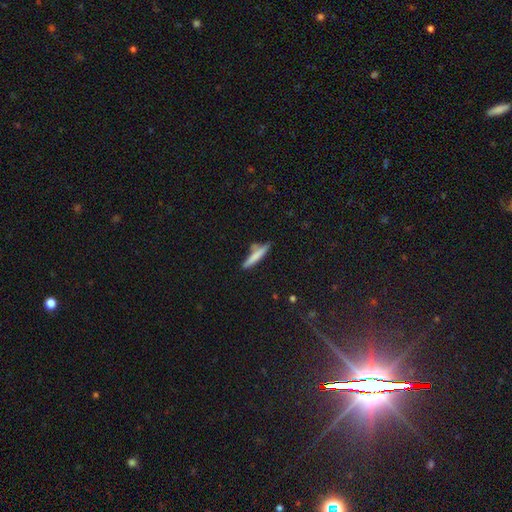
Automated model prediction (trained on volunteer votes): smooth-or-featured: smooth: 71% | featured or disk: 22% | star or artifact: 7%
  how-rounded: cigar-shaped: 91% | in between: 7% | round: 2%
  merging: none: 70% | minor disturbance: 15% | merger: 11% | major disturbance: 4%